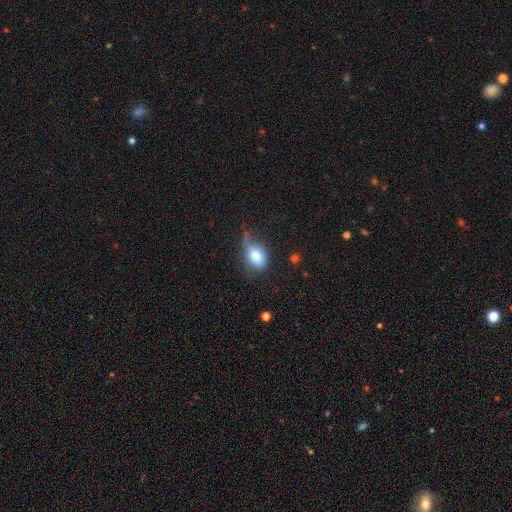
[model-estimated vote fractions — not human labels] Smooth or featured: smooth — 78% (featured or disk — 14%)
How rounded: in between — 72% (round — 26%)
Merging: minor disturbance — 40% (none — 35%)